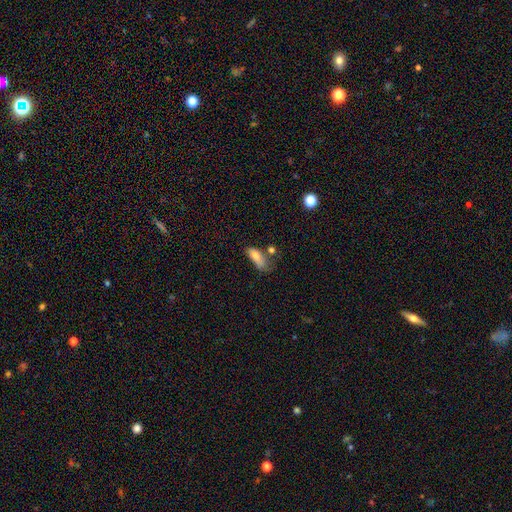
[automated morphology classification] Smooth or featured?
  - smooth: 74% *
  - featured or disk: 17%
  - star or artifact: 9%
How rounded?
  - in between: 79% *
  - cigar-shaped: 17%
  - round: 4%
Merging?
  - none: 31% *
  - minor disturbance: 29%
  - major disturbance: 23%
  - merger: 16%